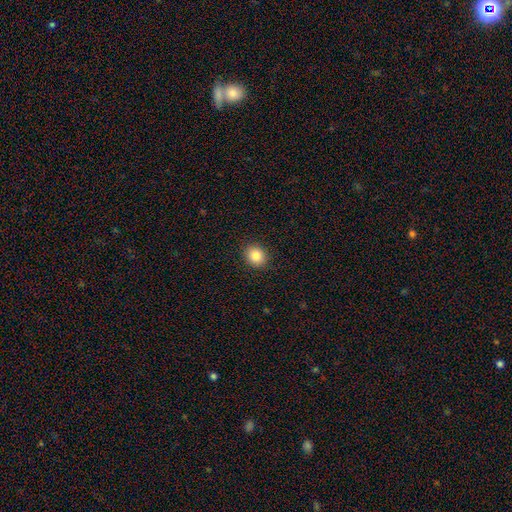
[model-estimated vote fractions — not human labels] The model was most divided on "how rounded": round: 70%, in between: 29%, cigar-shaped: 1%. More confident: merging — none (91%); smooth or featured — smooth (85%).